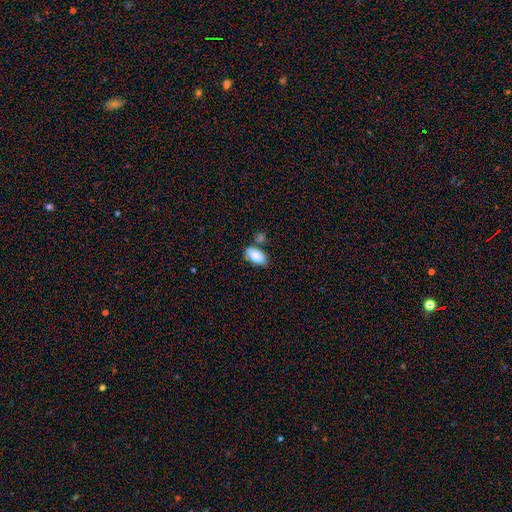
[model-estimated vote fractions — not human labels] A smooth galaxy with no disk features (87%) that is in between round and cigar-shaped (93%).

Vote fractions:
- Smooth or featured? smooth: 87% / star or artifact: 6% / featured or disk: 6%
- How rounded? in between: 93% / cigar-shaped: 4% / round: 3%
- Merging? none: 67% / minor disturbance: 17% / merger: 13% / major disturbance: 4%